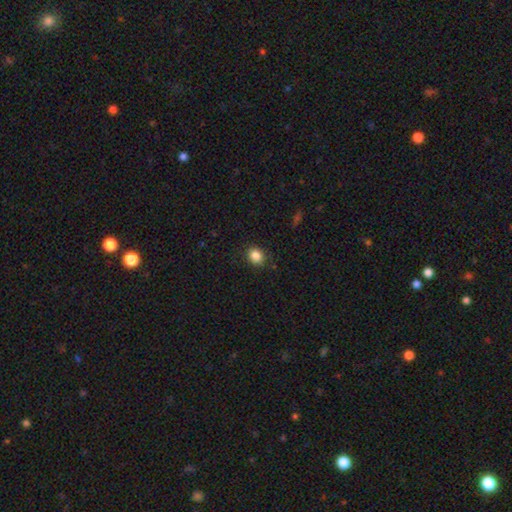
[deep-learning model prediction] A smooth galaxy with no disk features (85%) that is round (63%).

Vote fractions:
- Smooth or featured? smooth: 85% / star or artifact: 10% / featured or disk: 4%
- How rounded? round: 63% / in between: 36% / cigar-shaped: 1%
- Merging? none: 86% / minor disturbance: 10% / major disturbance: 3% / merger: 1%